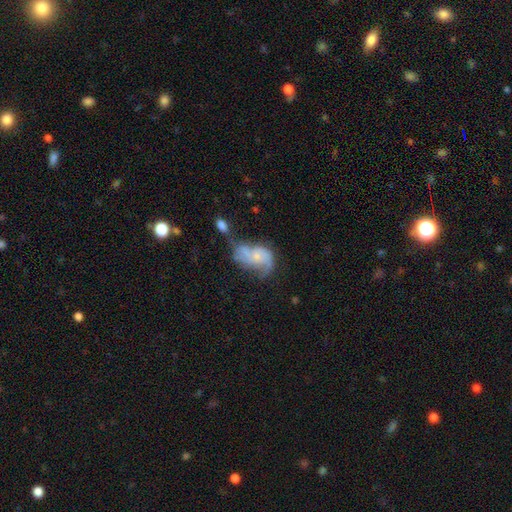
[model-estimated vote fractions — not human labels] This is likely a featured or disk galaxy (65%). It is clearly not viewed edge-on (97%). Bar: likely no (71%). Spiral arm pattern: clearly yes (81%). Spiral arm count: likely 2 (70%). Spiral winding: possibly loose (51%). Central bulge: likely small (63%). Merging: marginally none (27%).